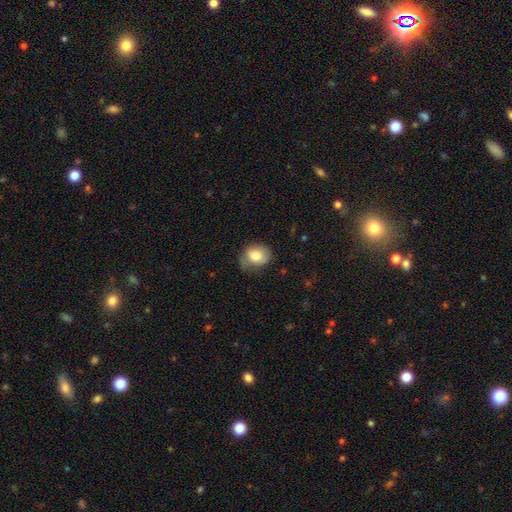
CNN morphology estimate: Smooth or featured? Predicted: smooth (p=0.79). How rounded? Predicted: round (p=0.51). Merging? Predicted: none (p=0.56).